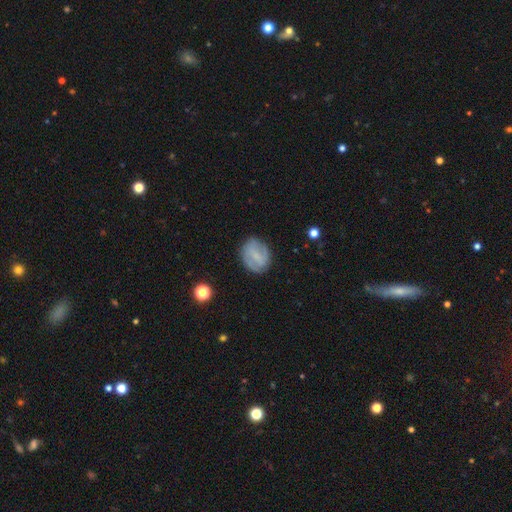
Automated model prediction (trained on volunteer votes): Overall: smooth (46%, tied with featured or disk). Merging: none (79%).